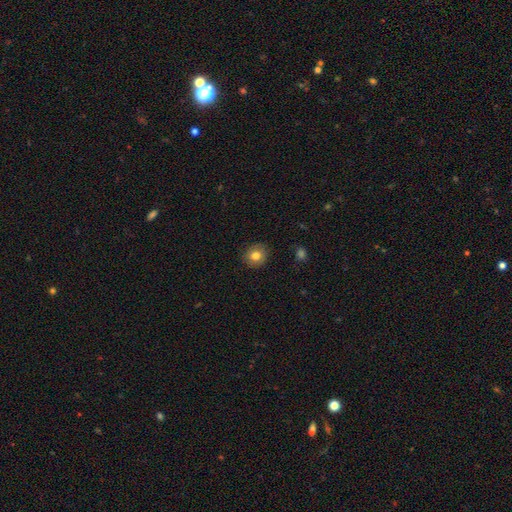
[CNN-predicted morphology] type=smooth (80%); roundness=round (82%); merging=none (88%).